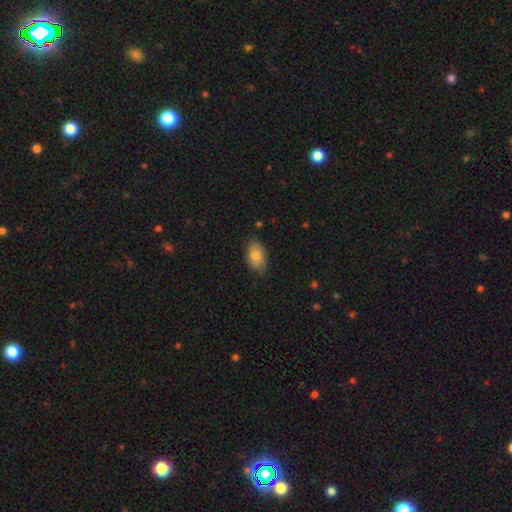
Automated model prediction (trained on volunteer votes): Smooth or featured?
  - smooth: 79% *
  - featured or disk: 14%
  - star or artifact: 7%
How rounded?
  - in between: 90% *
  - round: 9%
  - cigar-shaped: 1%
Merging?
  - none: 72% *
  - minor disturbance: 23%
  - major disturbance: 4%
  - merger: 1%